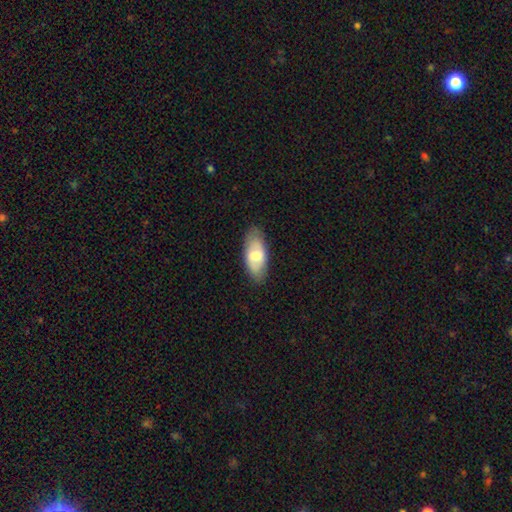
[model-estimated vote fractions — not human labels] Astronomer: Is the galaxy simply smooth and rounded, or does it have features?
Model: smooth — 64%.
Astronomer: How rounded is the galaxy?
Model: in between — 87%.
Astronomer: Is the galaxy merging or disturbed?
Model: none — 81%.